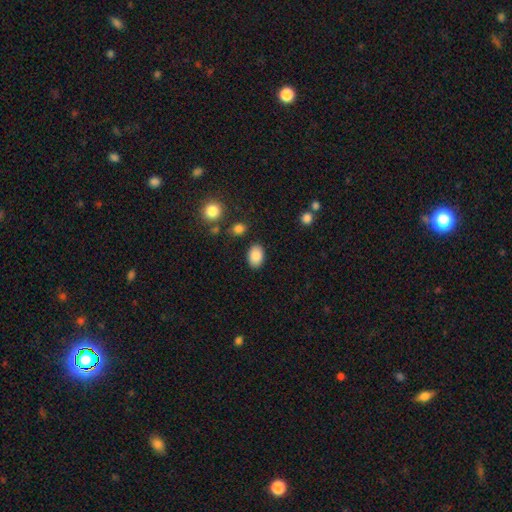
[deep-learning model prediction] A smooth galaxy with no disk features (87%) that is in between round and cigar-shaped (83%). Merging: none (86%).